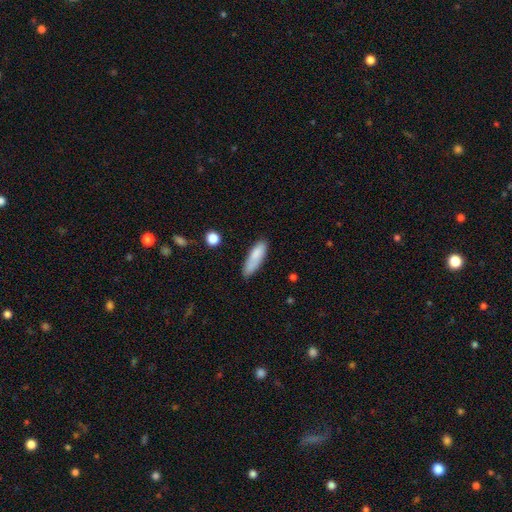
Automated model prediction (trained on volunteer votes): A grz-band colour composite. It shows a smooth galaxy with no disk features (83%) that is cigar-shaped (56%). Merging: none (70%).